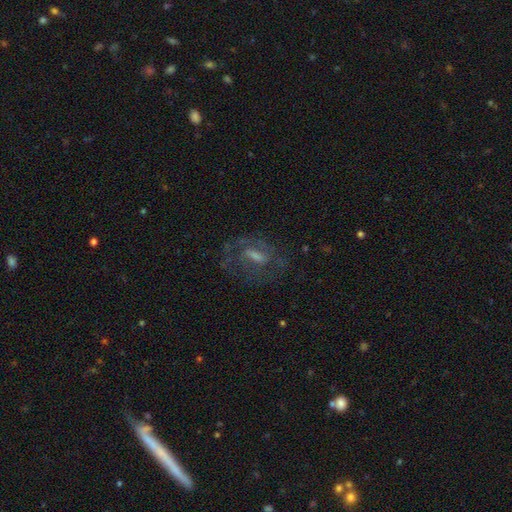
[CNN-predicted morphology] This appears to be a featured or disk galaxy (67%) with a weak bar (46%), spiral arms (77%) and a moderate central bulge (35%). Merging: none (60%).